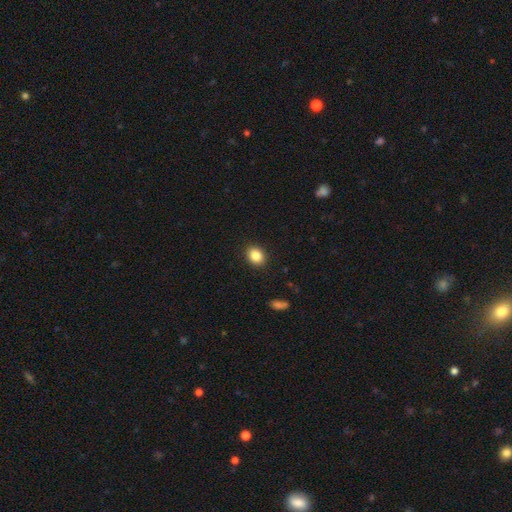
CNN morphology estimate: The model was most divided on "how rounded": in between: 53%, round: 46%, cigar-shaped: 1%. More confident: merging — none (90%); smooth or featured — smooth (86%).